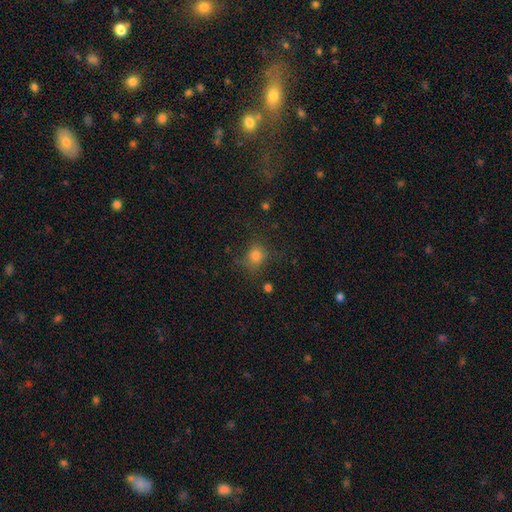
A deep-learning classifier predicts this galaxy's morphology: The model was most divided on "how rounded": round: 74%, in between: 25%, cigar-shaped: 1%. More confident: merging — none (75%); smooth or featured — smooth (72%).